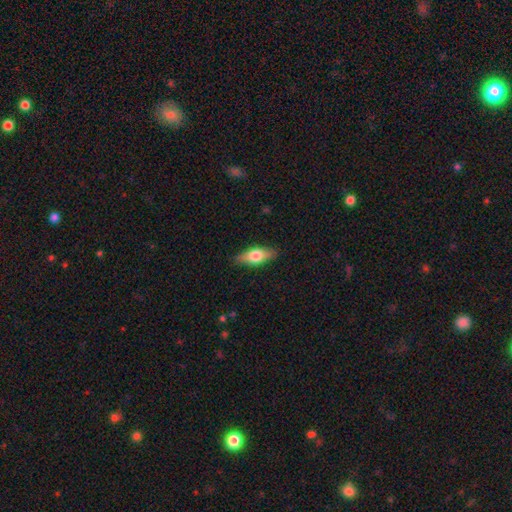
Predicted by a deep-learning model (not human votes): smooth-or-featured: smooth: 58% | featured or disk: 36% | star or artifact: 6%
  how-rounded: in between: 69% | cigar-shaped: 27% | round: 4%
  merging: none: 86% | minor disturbance: 11% | major disturbance: 2% | merger: 1%